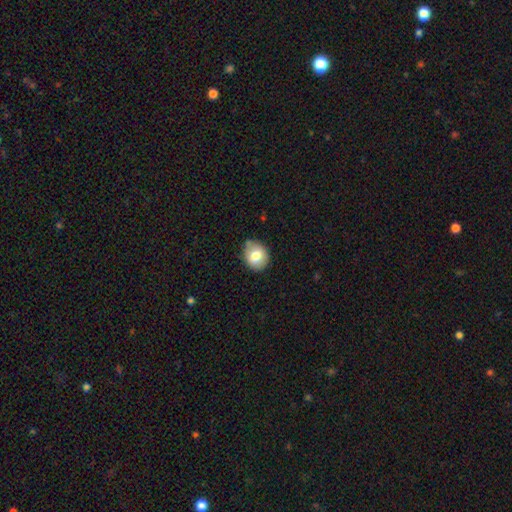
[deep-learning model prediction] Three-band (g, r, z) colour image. It shows a smooth galaxy with no disk features (77%) that is round (63%). Merging: none (77%).